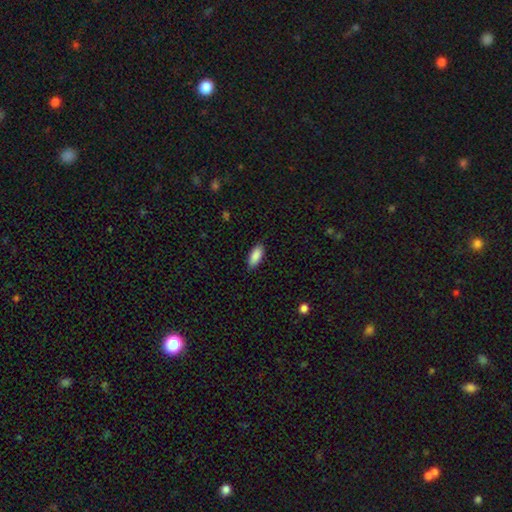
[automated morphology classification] Smooth or featured? Predicted: smooth (p=0.90). How rounded? Predicted: in between (p=0.84). Merging? Predicted: none (p=0.86).